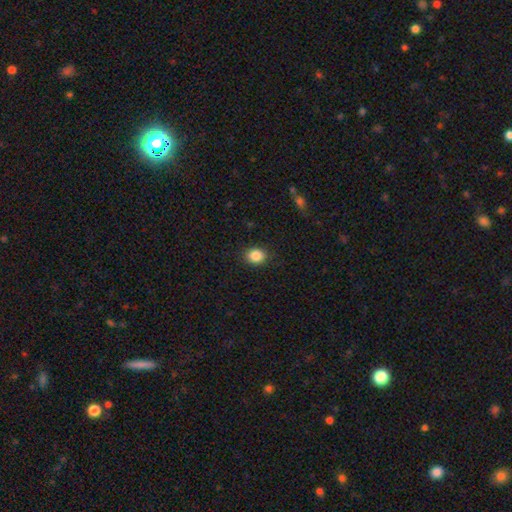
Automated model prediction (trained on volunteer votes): Overall: smooth (86%). How rounded: round (60%; in between 39%). Merging: none (89%).